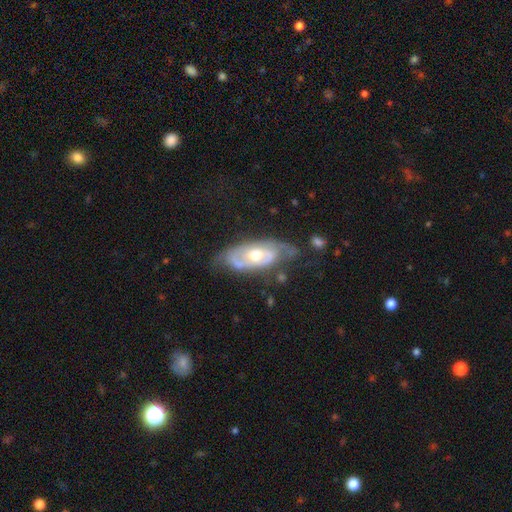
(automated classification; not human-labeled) featured or disk 77%, smooth 18%, star or artifact 5%. Down the decision tree: edge-on disk — no (89%); bar — no (70%); spiral arms — yes (77%); spiral arm count — 2 (56%); spiral winding — tight (51%); bulge size — moderate (73%); merging — none (61%).